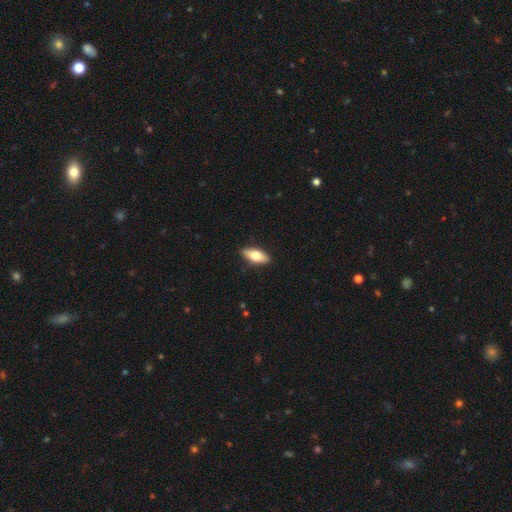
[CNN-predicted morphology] Smooth or featured? smooth (68%)
How rounded? in between (78%)
Merging? none (89%)